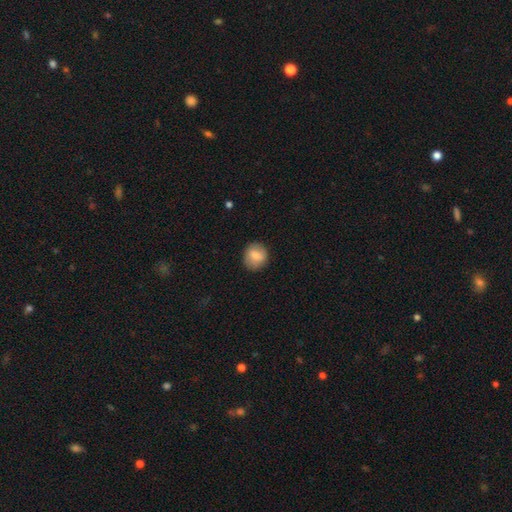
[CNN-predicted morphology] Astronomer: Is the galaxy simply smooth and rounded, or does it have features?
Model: smooth — 74%.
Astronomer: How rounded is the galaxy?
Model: round — 82%.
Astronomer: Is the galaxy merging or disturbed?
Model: none — 87%.